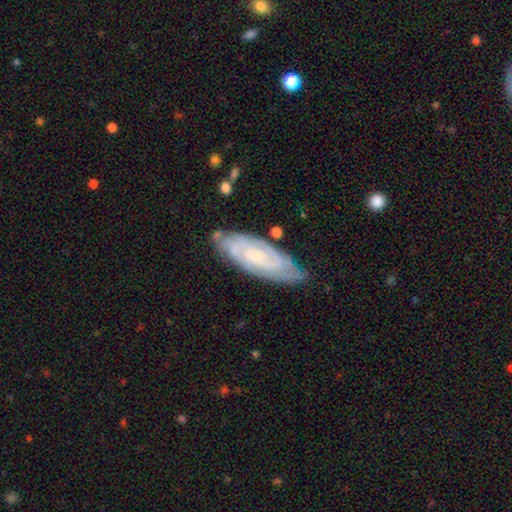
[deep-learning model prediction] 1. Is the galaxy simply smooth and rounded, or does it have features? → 74% featured or disk, 19% smooth, 7% star or artifact.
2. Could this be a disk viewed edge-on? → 88% no, 12% yes.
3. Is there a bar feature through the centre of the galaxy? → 54% no, 37% weak, 9% strong.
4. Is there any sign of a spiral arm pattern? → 92% yes, 8% no.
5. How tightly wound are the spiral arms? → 65% tight, 29% medium, 6% loose.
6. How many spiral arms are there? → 39% 2, 38% can't tell, 13% 3, 4% 4, 3% 1, 3% more than 4.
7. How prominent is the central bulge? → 54% small, 23% moderate, 18% none, 3% large, 1% dominant.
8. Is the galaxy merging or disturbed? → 73% none, 20% minor disturbance, 5% major disturbance, 2% merger.